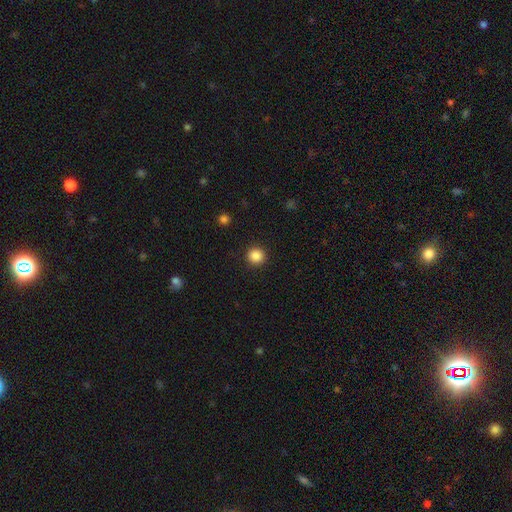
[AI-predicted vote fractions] This appears to be a smooth galaxy with no disk features (87%) that is round (94%). Merging: none (92%).